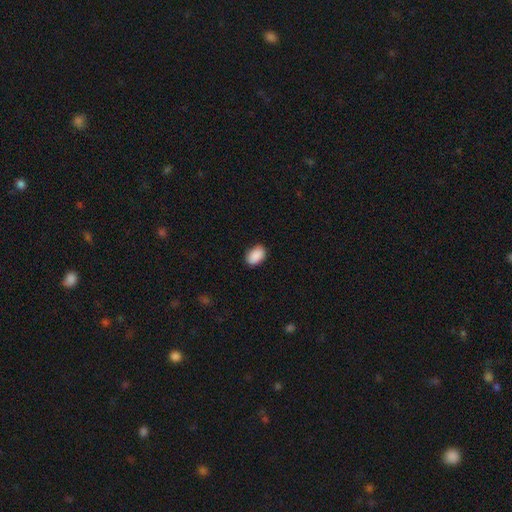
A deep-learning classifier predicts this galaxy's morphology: A smooth galaxy with no disk features (91%) that is in between round and cigar-shaped (89%).

Vote fractions:
- Smooth or featured? smooth: 91% / star or artifact: 7% / featured or disk: 3%
- How rounded? in between: 89% / round: 10% / cigar-shaped: 1%
- Merging? none: 85% / minor disturbance: 12% / major disturbance: 2% / merger: 1%